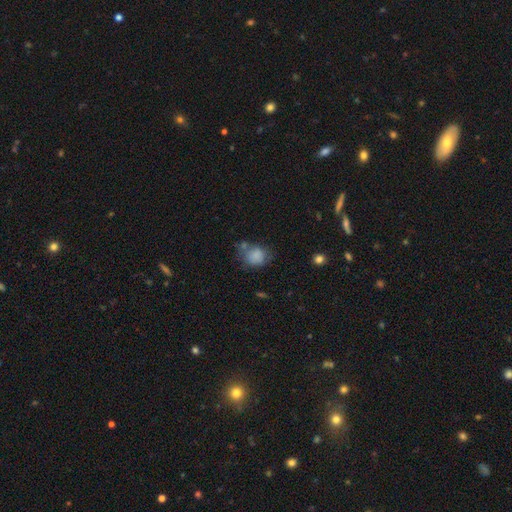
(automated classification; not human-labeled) The model was most divided on "merging": none: 49%, minor disturbance: 26%, major disturbance: 13%, merger: 12%. More confident: smooth or featured — smooth (80%); how rounded — round (65%).